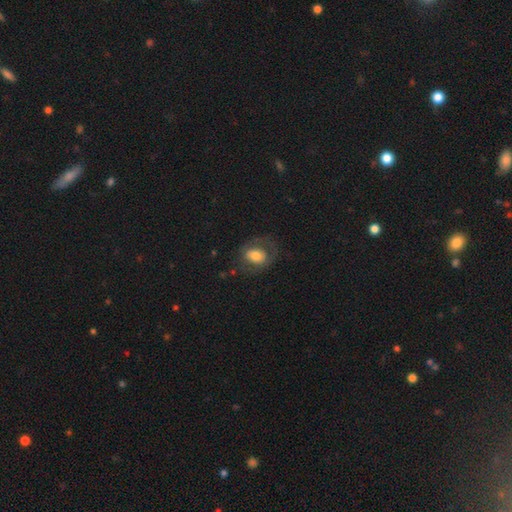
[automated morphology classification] smooth 61%, featured or disk 32%, star or artifact 7%. Down the decision tree: how rounded — in between (62%); merging — none (61%).